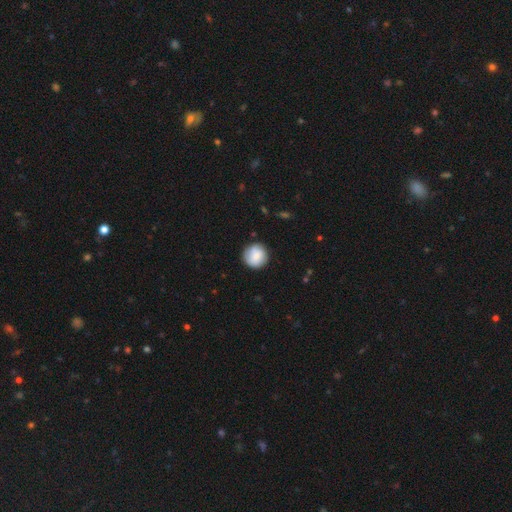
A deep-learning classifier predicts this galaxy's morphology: Q: Smooth or featured?
A: smooth (82%); runner-up: featured or disk (11%)
Q: How rounded?
A: round (94%); runner-up: in between (5%)
Q: Merging?
A: none (86%); runner-up: minor disturbance (10%)